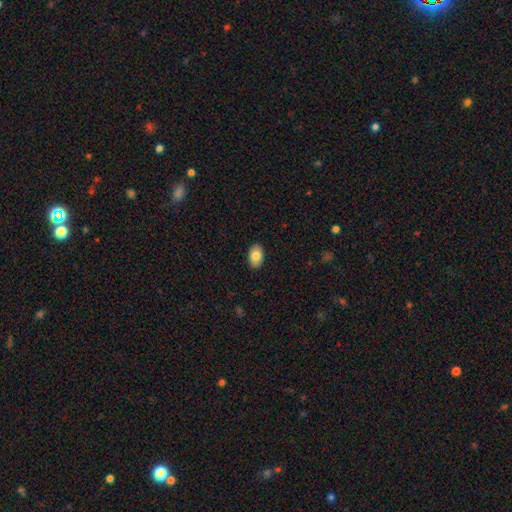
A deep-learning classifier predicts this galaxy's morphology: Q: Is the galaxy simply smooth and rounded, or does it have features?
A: smooth — 82%.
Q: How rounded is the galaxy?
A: in between — 88%.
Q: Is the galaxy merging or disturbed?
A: none — 90%.